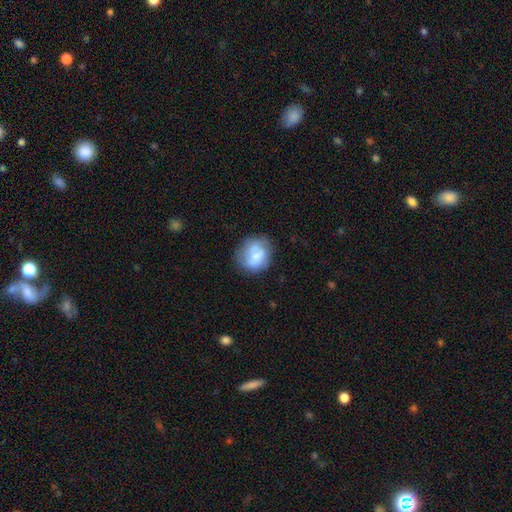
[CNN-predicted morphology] A smooth galaxy with no disk features (67%) that is round (76%).

Vote fractions:
- Smooth or featured? smooth: 67% / featured or disk: 25% / star or artifact: 8%
- How rounded? round: 76% / in between: 23% / cigar-shaped: 1%
- Merging? none: 63% / minor disturbance: 24% / major disturbance: 10% / merger: 3%